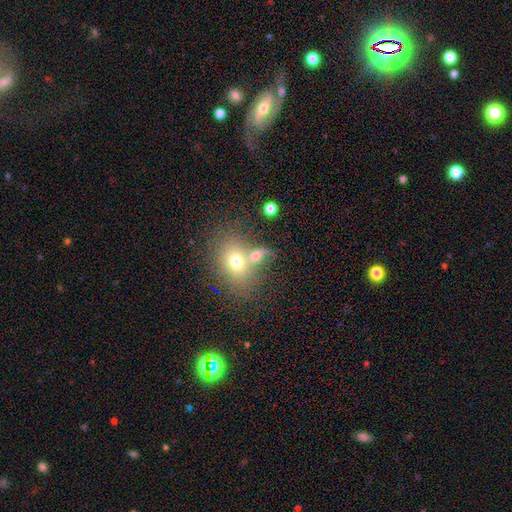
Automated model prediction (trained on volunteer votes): This appears to be a smooth galaxy with no disk features (59%) that is in between round and cigar-shaped (56%). Merging: merger (56%).